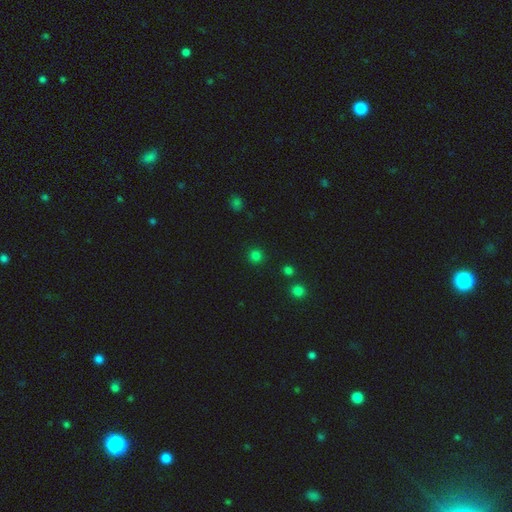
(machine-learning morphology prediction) smooth 78%, star or artifact 19%, featured or disk 4%. Down the decision tree: how rounded — round (94%); merging — none (89%).